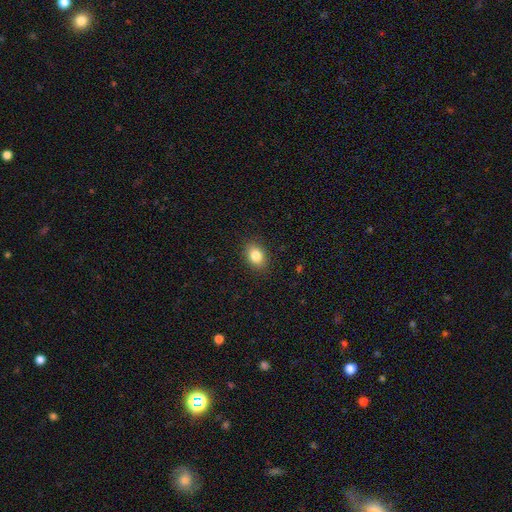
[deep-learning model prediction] Smooth or featured?
  - smooth: 83% *
  - star or artifact: 10%
  - featured or disk: 7%
How rounded?
  - in between: 73% *
  - round: 26%
  - cigar-shaped: 1%
Merging?
  - none: 88% *
  - minor disturbance: 9%
  - major disturbance: 2%
  - merger: 1%